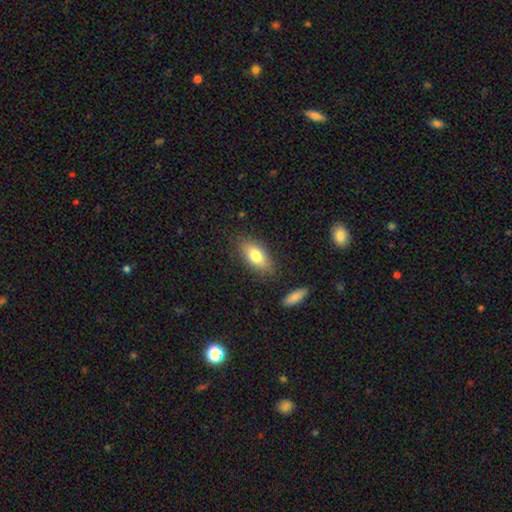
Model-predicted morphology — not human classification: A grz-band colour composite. It shows a smooth galaxy with no disk features (78%) that is in between round and cigar-shaped (86%). Merging: none (82%).